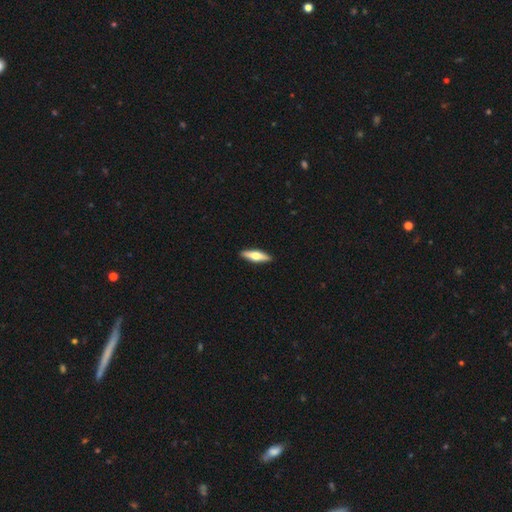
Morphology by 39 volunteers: A smooth galaxy with no disk features (51%) that is cigar-shaped (70%).

Vote fractions:
- Smooth or featured? smooth: 51% / featured or disk: 49% / star or artifact: 0%
- How rounded? cigar-shaped: 70% / in between: 30% / round: 0%
- Merging? none: 90% / minor disturbance: 10% / major disturbance: 0% / merger: 0%